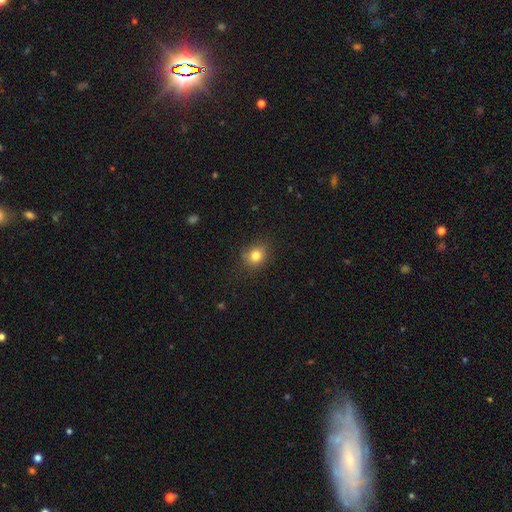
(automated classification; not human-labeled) smooth 81%, star or artifact 12%, featured or disk 7%. Down the decision tree: how rounded — round (69%); merging — none (82%).